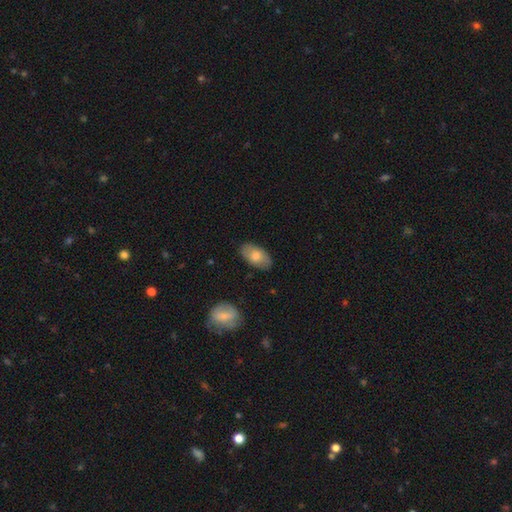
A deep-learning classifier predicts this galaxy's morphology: type=smooth (73%); roundness=in between (94%); merging=none (85%).